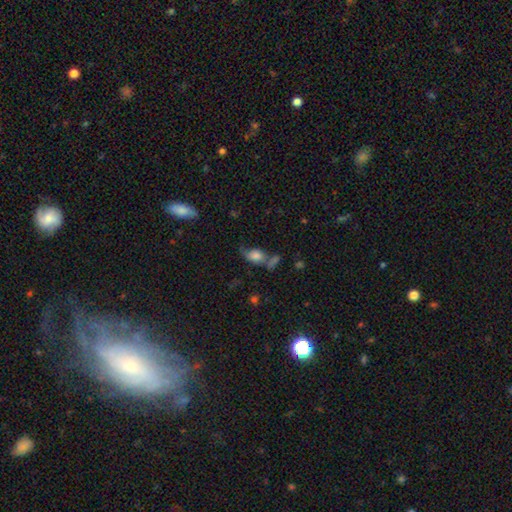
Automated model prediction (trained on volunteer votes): smooth_or_featured: smooth (p=0.65) [alt: featured or disk p=0.24]
how_rounded: in between (p=0.75) [alt: round p=0.21]
merging: none (p=0.31) [alt: merger p=0.24]